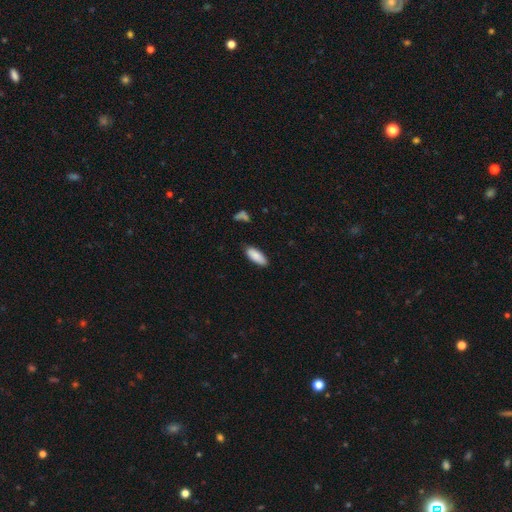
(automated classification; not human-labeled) Smooth or featured?
  - smooth: 88% *
  - featured or disk: 6%
  - star or artifact: 6%
How rounded?
  - in between: 75% *
  - cigar-shaped: 23%
  - round: 2%
Merging?
  - none: 84% *
  - minor disturbance: 12%
  - major disturbance: 2%
  - merger: 2%